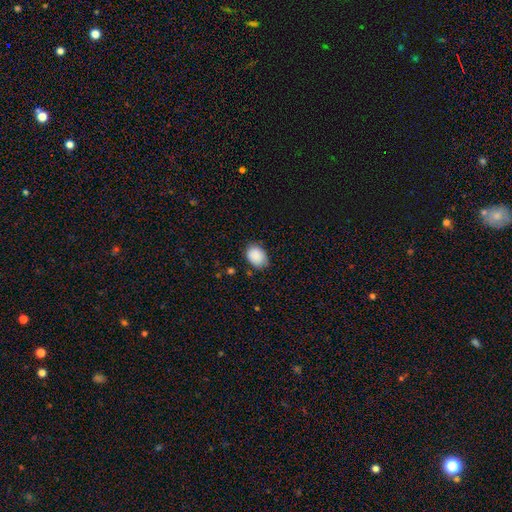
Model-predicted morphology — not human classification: This is clearly a smooth galaxy (89%). How rounded: likely in between (69%). Merging: likely none (75%).